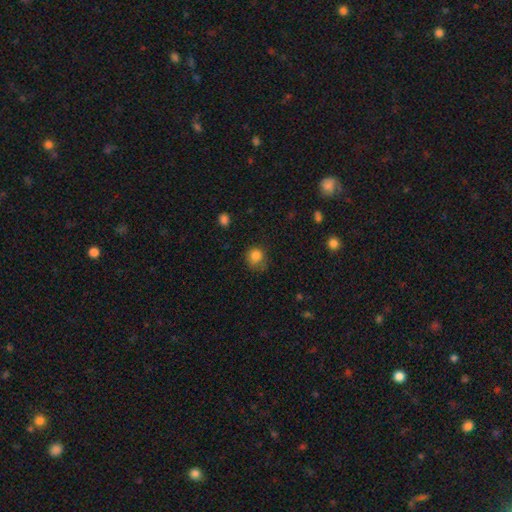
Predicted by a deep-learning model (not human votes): smooth-or-featured: smooth: 83% | star or artifact: 11% | featured or disk: 6%
  how-rounded: round: 77% | in between: 22% | cigar-shaped: 1%
  merging: none: 56% | minor disturbance: 29% | major disturbance: 12% | merger: 2%